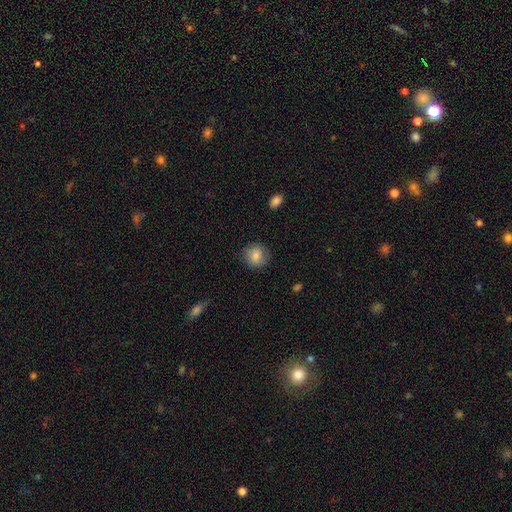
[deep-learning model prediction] Q: Smooth or featured?
A: smooth (82%); runner-up: featured or disk (9%)
Q: How rounded?
A: round (85%); runner-up: in between (14%)
Q: Merging?
A: none (82%); runner-up: minor disturbance (13%)